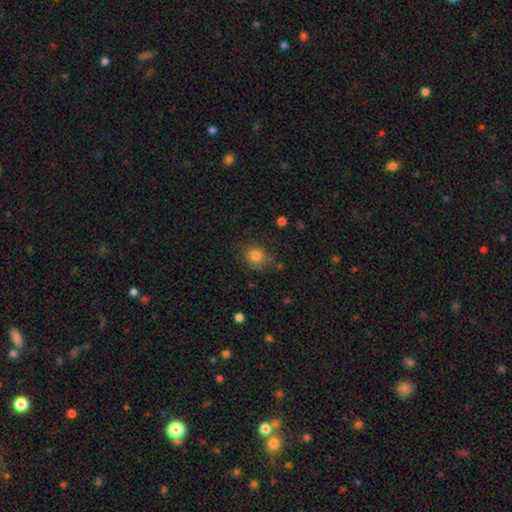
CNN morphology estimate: A smooth galaxy with no disk features (82%) that is round (72%).

Vote fractions:
- Smooth or featured? smooth: 82% / star or artifact: 11% / featured or disk: 7%
- How rounded? round: 72% / in between: 27% / cigar-shaped: 1%
- Merging? none: 73% / minor disturbance: 19% / major disturbance: 5% / merger: 3%